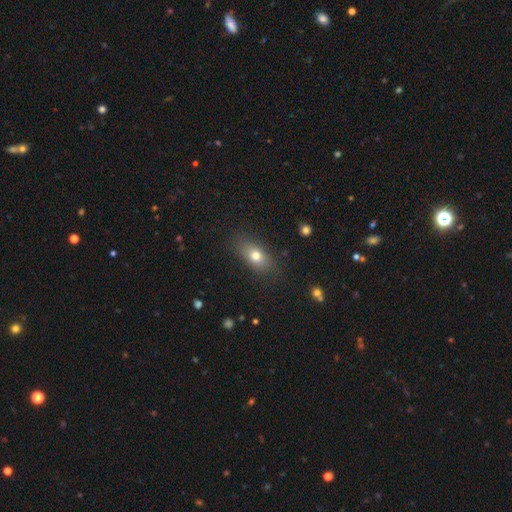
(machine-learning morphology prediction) Smooth or featured?
  - smooth: 76% *
  - featured or disk: 15%
  - star or artifact: 10%
How rounded?
  - in between: 81% *
  - round: 12%
  - cigar-shaped: 7%
Merging?
  - none: 81% *
  - minor disturbance: 14%
  - major disturbance: 4%
  - merger: 1%